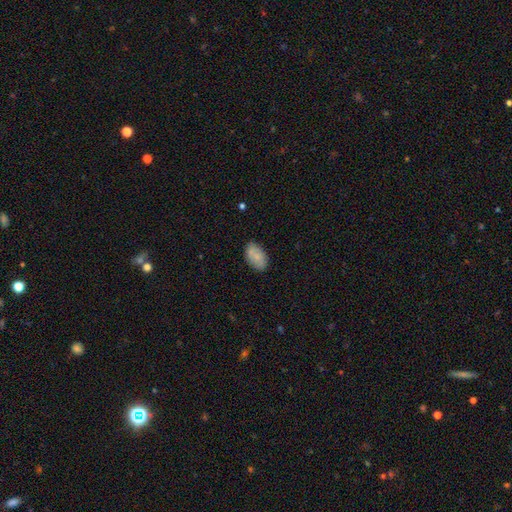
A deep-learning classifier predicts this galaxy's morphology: Smooth or featured: smooth — 77% (featured or disk — 16%)
How rounded: in between — 93% (round — 6%)
Merging: none — 78% (minor disturbance — 16%)